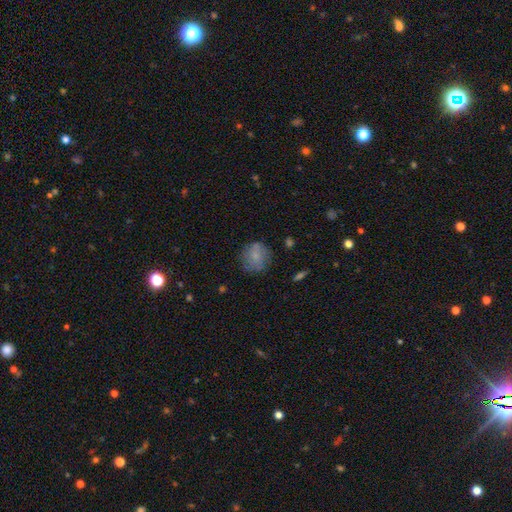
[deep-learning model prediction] This appears to be a smooth galaxy with no disk features (75%) that is round (86%). Merging: none (73%).